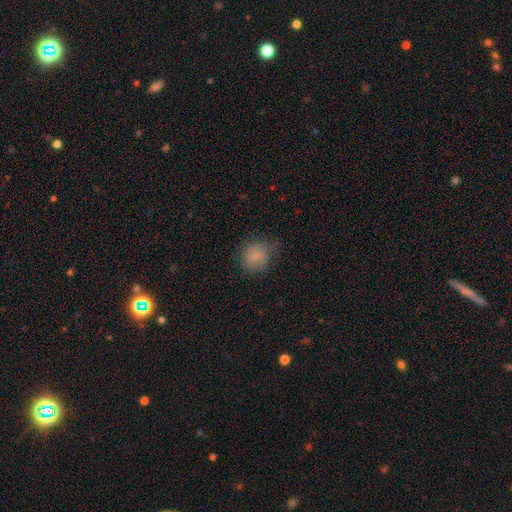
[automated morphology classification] A smooth galaxy with no disk features (82%) that is round (82%).

Vote fractions:
- Smooth or featured? smooth: 82% / featured or disk: 9% / star or artifact: 8%
- How rounded? round: 82% / in between: 17% / cigar-shaped: 1%
- Merging? none: 71% / minor disturbance: 21% / major disturbance: 7% / merger: 1%